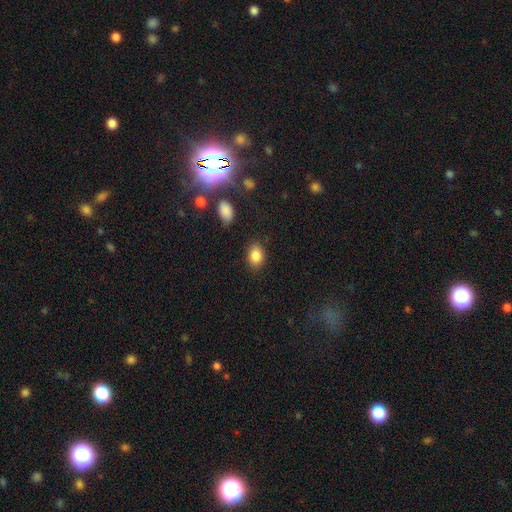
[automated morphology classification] smooth_or_featured: smooth (p=0.85) [alt: star or artifact p=0.09]
how_rounded: in between (p=0.73) [alt: round p=0.26]
merging: none (p=0.83) [alt: minor disturbance p=0.12]